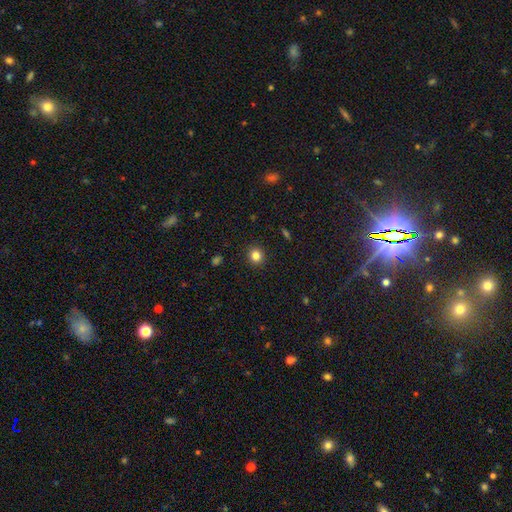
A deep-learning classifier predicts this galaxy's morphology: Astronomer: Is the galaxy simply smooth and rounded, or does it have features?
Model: smooth — 83%.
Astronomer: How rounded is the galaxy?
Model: round — 86%.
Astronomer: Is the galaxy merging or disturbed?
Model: none — 92%.